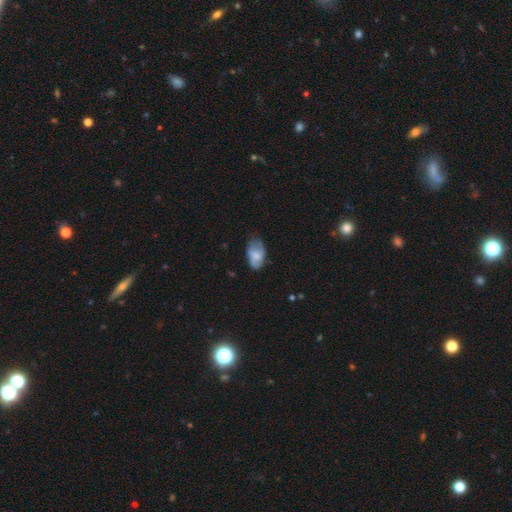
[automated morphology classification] smooth-or-featured: smooth: 60% | featured or disk: 32% | star or artifact: 7%
  how-rounded: in between: 92% | round: 6% | cigar-shaped: 2%
  merging: none: 55% | minor disturbance: 32% | major disturbance: 11% | merger: 2%